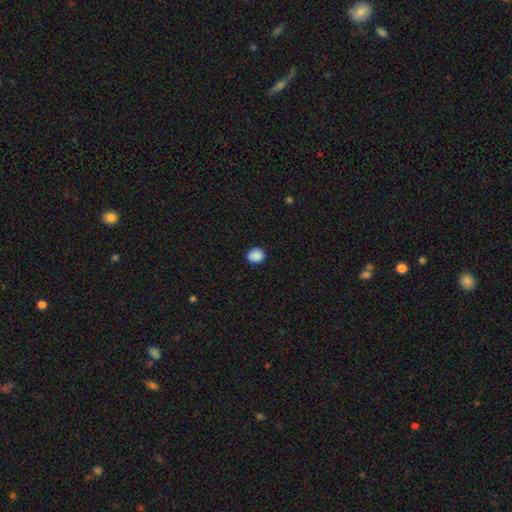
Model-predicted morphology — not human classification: Overall: smooth (88%). How rounded: round (69%; in between 30%). Merging: none (88%).